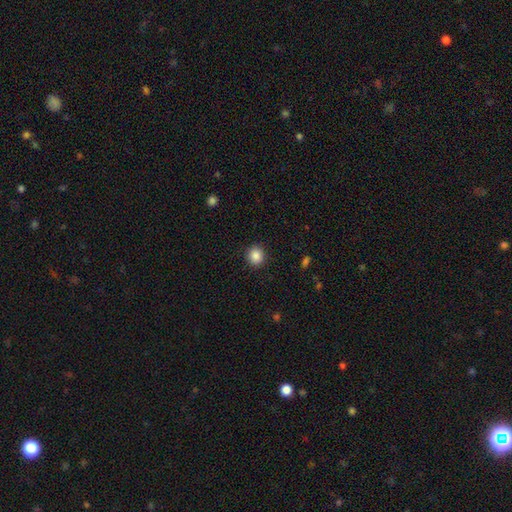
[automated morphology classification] Smooth or featured?
  - smooth: 87% *
  - star or artifact: 10%
  - featured or disk: 4%
How rounded?
  - round: 88% *
  - in between: 11%
  - cigar-shaped: 1%
Merging?
  - none: 91% *
  - minor disturbance: 6%
  - major disturbance: 2%
  - merger: 1%